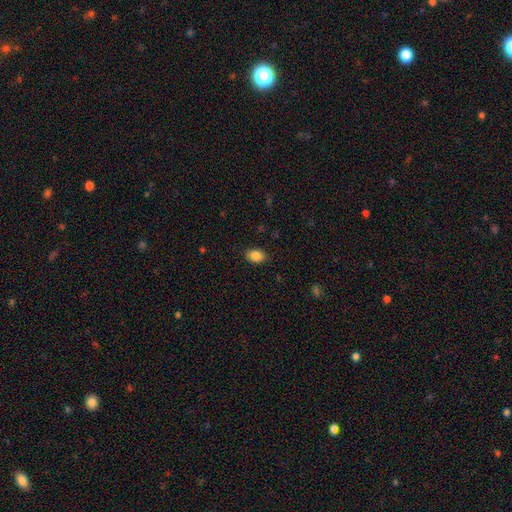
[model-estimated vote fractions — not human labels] This appears to be a smooth galaxy with no disk features (87%) that is in between round and cigar-shaped (81%). Merging: none (87%).